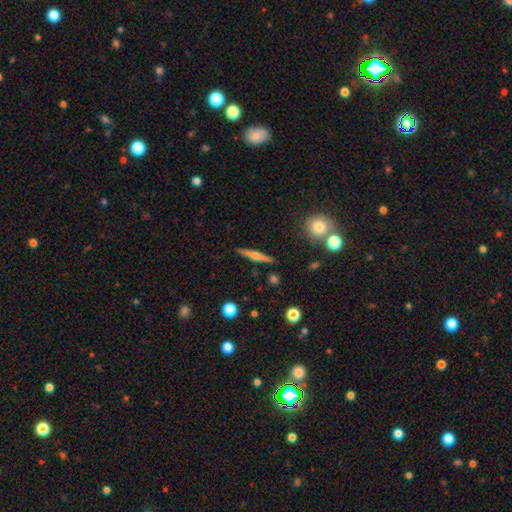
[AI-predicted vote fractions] The model was most divided on "smooth or featured": featured or disk: 54%, smooth: 39%, star or artifact: 7%. More confident: edge-on disk — yes (97%); merging — none (89%); edge-on bulge — rounded (76%).